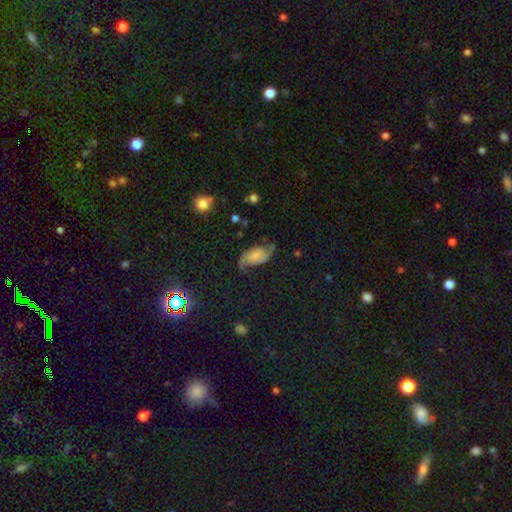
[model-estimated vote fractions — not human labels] Smooth or featured: featured or disk — 75% (smooth — 16%)
Edge-on disk: no — 97% (yes — 3%)
Bar: no — 64% (weak — 28%)
Spiral arms: yes — 95% (no — 5%)
Spiral winding: loose — 54% (medium — 35%)
Spiral arm count: 2 — 92% (can't tell — 3%)
Bulge size: small — 38% (none — 28%)
Merging: none — 65% (minor disturbance — 21%)